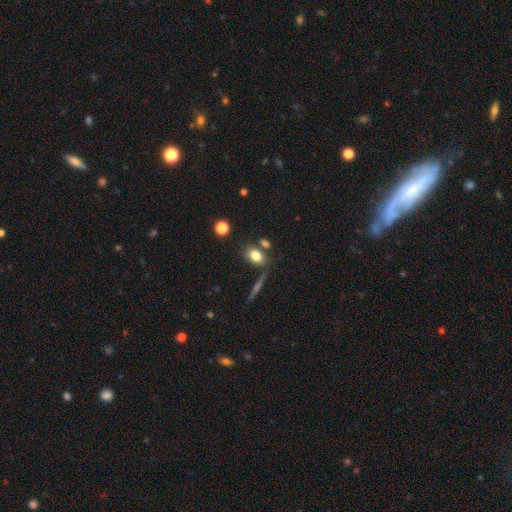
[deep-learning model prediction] smooth-or-featured: smooth: 79% | featured or disk: 11% | star or artifact: 11%
  how-rounded: in between: 75% | round: 21% | cigar-shaped: 4%
  merging: none: 65% | merger: 17% | minor disturbance: 14% | major disturbance: 5%